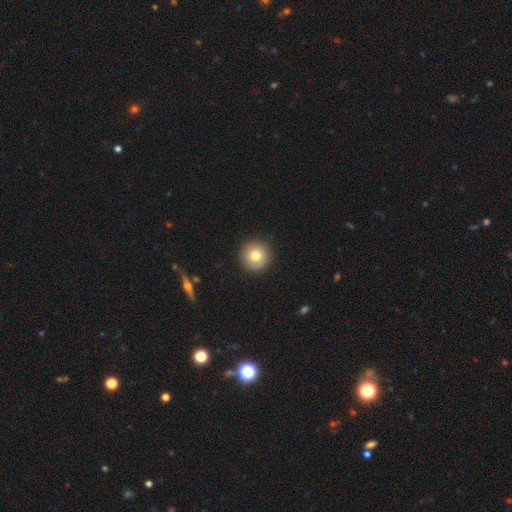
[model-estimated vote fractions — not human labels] Q: Smooth or featured?
A: smooth (79%); runner-up: featured or disk (12%)
Q: How rounded?
A: round (95%); runner-up: in between (4%)
Q: Merging?
A: none (91%); runner-up: minor disturbance (6%)